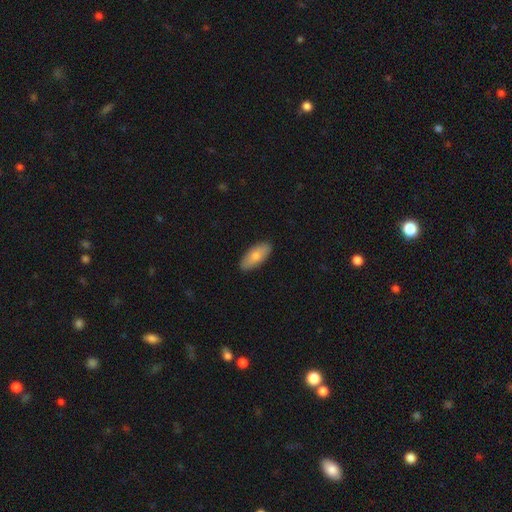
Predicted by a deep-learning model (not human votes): Smooth or featured?
  - smooth: 78% *
  - featured or disk: 17%
  - star or artifact: 5%
How rounded?
  - in between: 85% *
  - cigar-shaped: 13%
  - round: 2%
Merging?
  - none: 89% *
  - minor disturbance: 8%
  - major disturbance: 2%
  - merger: 1%